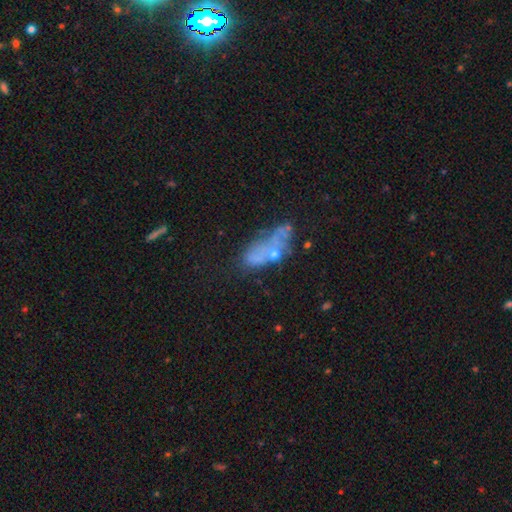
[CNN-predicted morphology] This appears to be a featured or disk galaxy (41%, tied with smooth). Merging: major disturbance (31%).